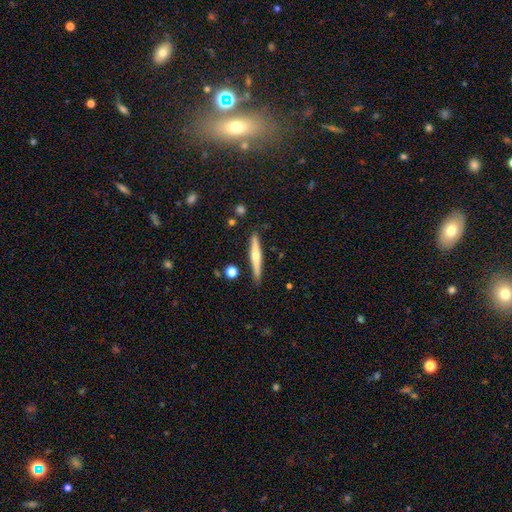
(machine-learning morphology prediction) A featured or disk galaxy (56%) viewed edge-on (96%) with a rounded central bulge (85%).

Vote fractions:
- Smooth or featured? featured or disk: 56% / smooth: 38% / star or artifact: 6%
- Edge-on disk? yes: 96% / no: 4%
- Edge-on bulge? rounded: 85% / none: 11% / boxy: 4%
- Merging? none: 88% / minor disturbance: 9% / merger: 2% / major disturbance: 2%